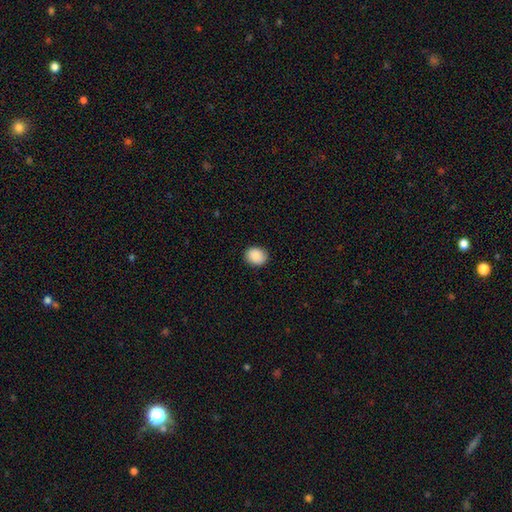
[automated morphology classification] smooth_or_featured: smooth (p=0.89) [alt: star or artifact p=0.07]
how_rounded: round (p=0.57) [alt: in between p=0.42]
merging: none (p=0.87) [alt: minor disturbance p=0.09]